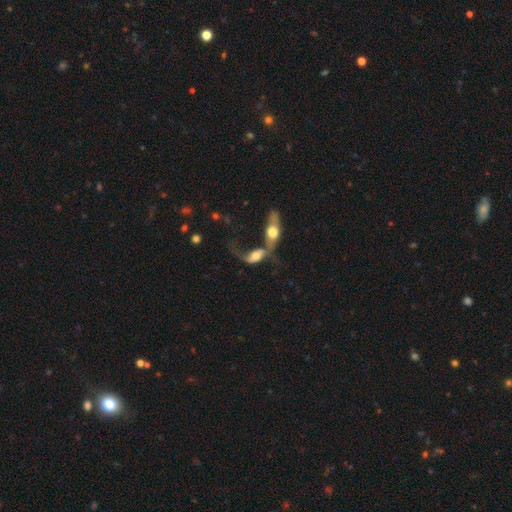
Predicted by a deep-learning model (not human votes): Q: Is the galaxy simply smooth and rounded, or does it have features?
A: featured or disk — 51%.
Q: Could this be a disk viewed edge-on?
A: no — 77%.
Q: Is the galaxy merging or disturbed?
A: merger — 67%.